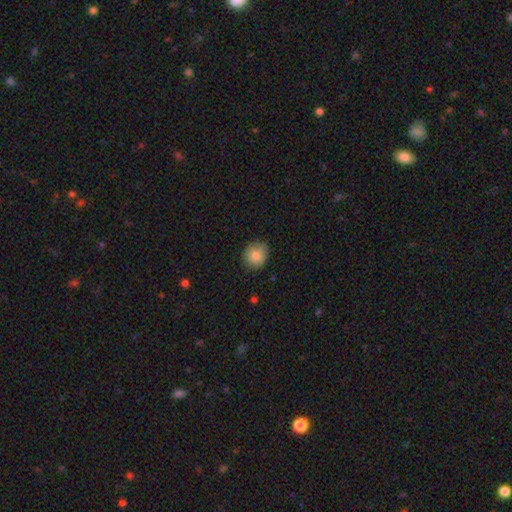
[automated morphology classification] Smooth or featured?
  - smooth: 82% *
  - featured or disk: 10%
  - star or artifact: 8%
How rounded?
  - round: 71% *
  - in between: 28%
  - cigar-shaped: 1%
Merging?
  - none: 81% *
  - minor disturbance: 15%
  - major disturbance: 2%
  - merger: 1%